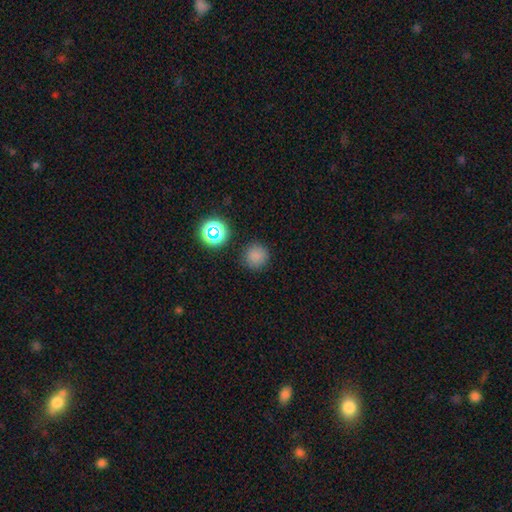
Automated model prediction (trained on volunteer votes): A smooth galaxy with no disk features (78%) that is round (94%). Merging: none (87%).